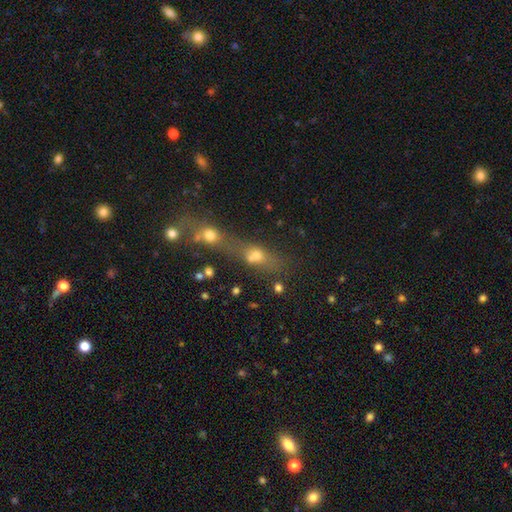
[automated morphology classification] Smooth or featured? Predicted: smooth (p=0.56). How rounded? Predicted: in between (p=0.41). Merging? Predicted: merger (p=0.61).